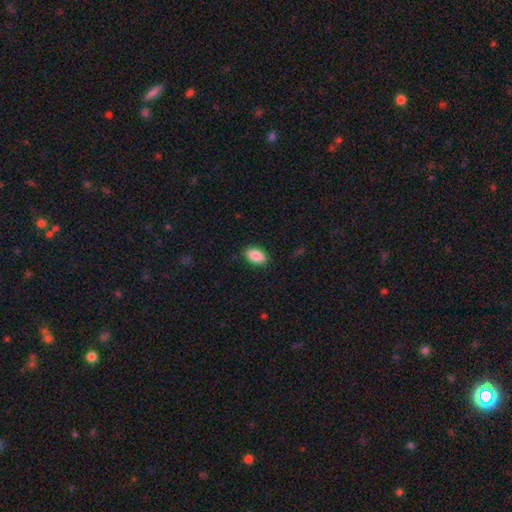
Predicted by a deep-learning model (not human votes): Smooth or featured? Predicted: smooth (p=0.89). How rounded? Predicted: in between (p=0.92). Merging? Predicted: none (p=0.88).